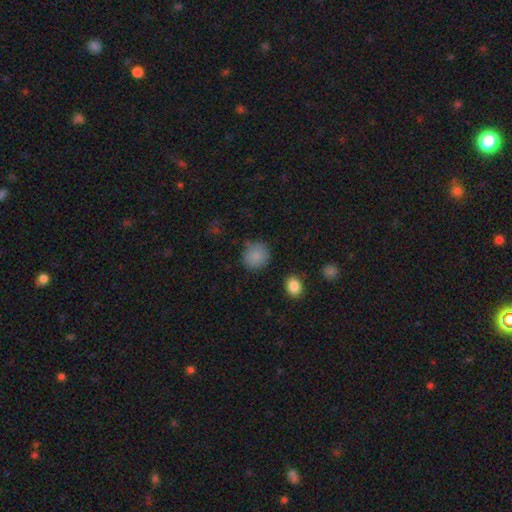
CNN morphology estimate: smooth_or_featured: smooth (p=0.85) [alt: star or artifact p=0.09]
how_rounded: round (p=0.87) [alt: in between p=0.12]
merging: none (p=0.75) [alt: minor disturbance p=0.17]